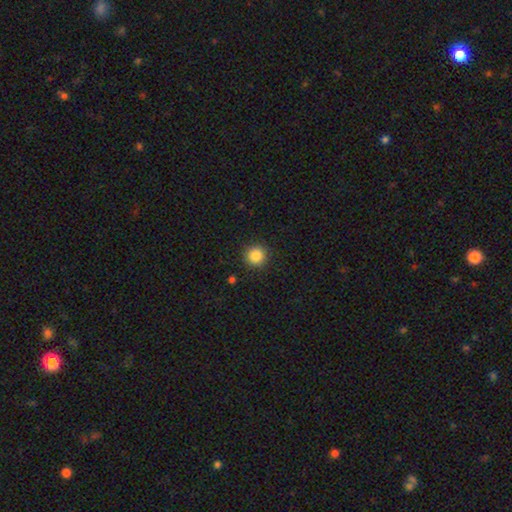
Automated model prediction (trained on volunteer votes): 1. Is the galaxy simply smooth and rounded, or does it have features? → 85% smooth, 11% star or artifact, 4% featured or disk.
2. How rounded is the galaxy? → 95% round, 4% in between, 1% cigar-shaped.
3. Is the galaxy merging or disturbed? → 91% none, 6% minor disturbance, 2% major disturbance, 1% merger.